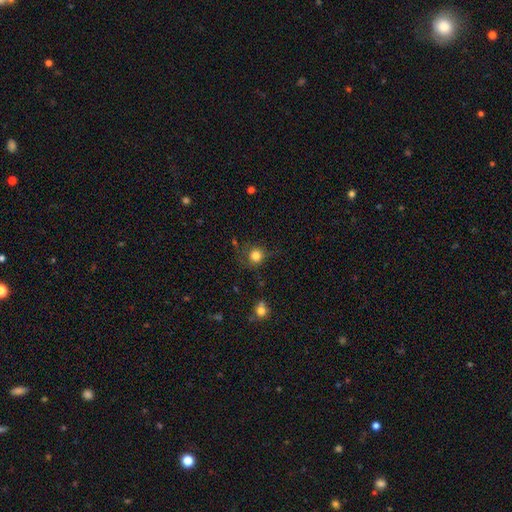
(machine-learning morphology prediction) smooth_or_featured: smooth (p=0.82) [alt: star or artifact p=0.12]
how_rounded: round (p=0.91) [alt: in between p=0.08]
merging: none (p=0.75) [alt: minor disturbance p=0.16]